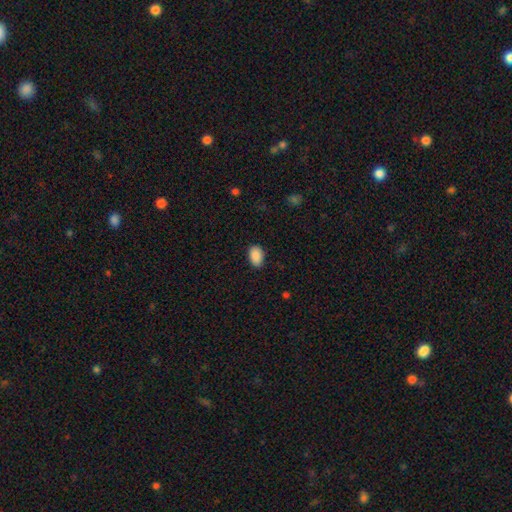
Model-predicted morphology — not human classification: Smooth or featured? Predicted: smooth (p=0.90). How rounded? Predicted: in between (p=0.88). Merging? Predicted: none (p=0.85).